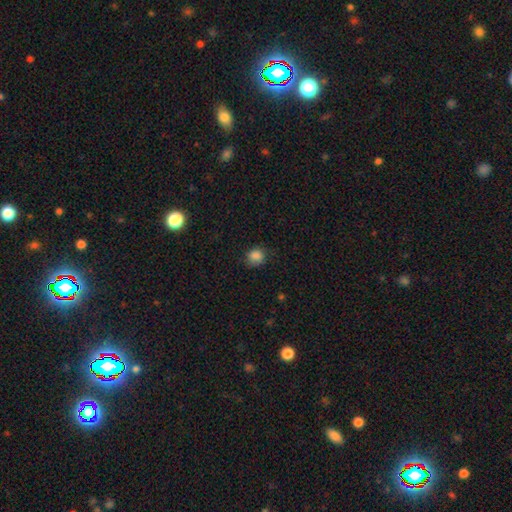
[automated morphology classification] A smooth galaxy with no disk features (84%) that is round (74%).

Vote fractions:
- Smooth or featured? smooth: 84% / star or artifact: 11% / featured or disk: 5%
- How rounded? round: 74% / in between: 25% / cigar-shaped: 1%
- Merging? none: 76% / minor disturbance: 18% / major disturbance: 4% / merger: 1%